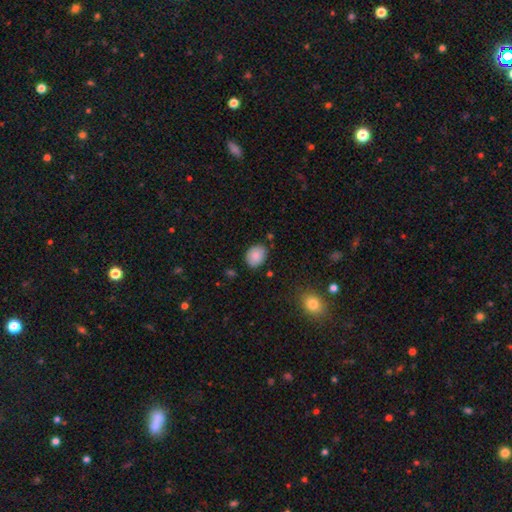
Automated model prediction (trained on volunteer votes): Smooth or featured: smooth — 86% (star or artifact — 8%)
How rounded: in between — 59% (round — 40%)
Merging: none — 82% (minor disturbance — 13%)